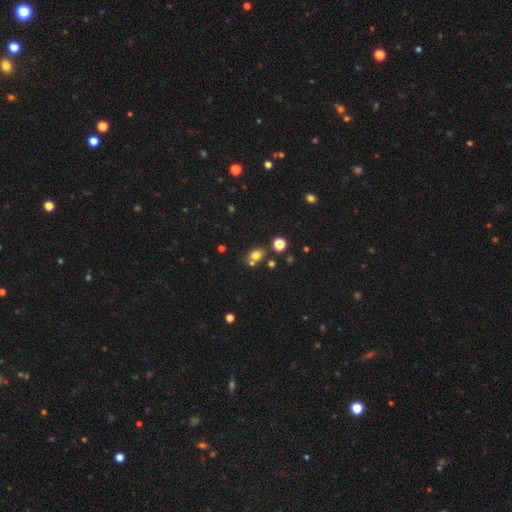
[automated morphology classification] Smooth or featured?
  - smooth: 72% *
  - star or artifact: 19%
  - featured or disk: 9%
How rounded?
  - round: 66% *
  - in between: 33%
  - cigar-shaped: 1%
Merging?
  - none: 64% *
  - merger: 21%
  - minor disturbance: 11%
  - major disturbance: 4%